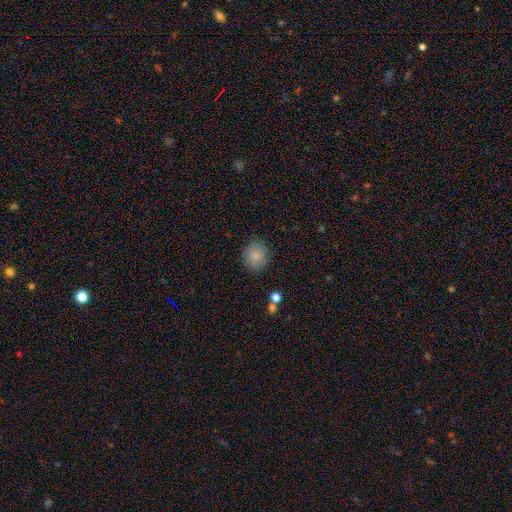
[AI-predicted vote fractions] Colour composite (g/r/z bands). It shows a smooth galaxy with no disk features (85%) that is round (81%). Merging: none (85%).